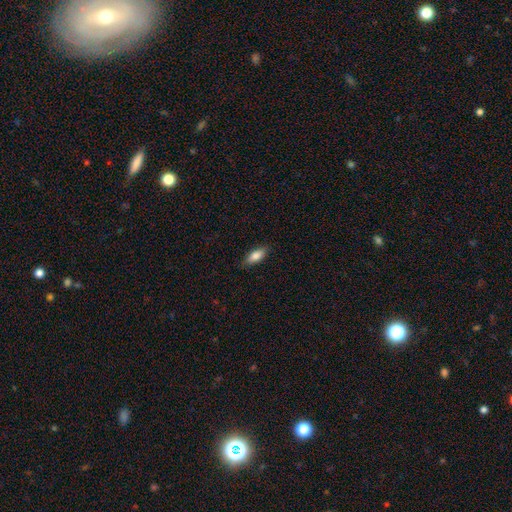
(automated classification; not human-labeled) The model was most divided on "how rounded": in between: 77%, cigar-shaped: 21%, round: 2%. More confident: merging — none (86%); smooth or featured — smooth (83%).